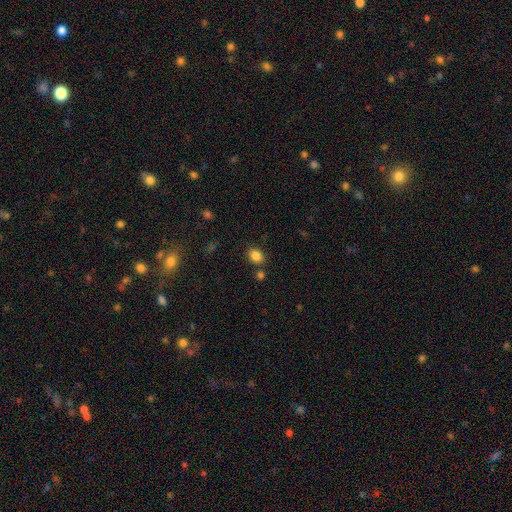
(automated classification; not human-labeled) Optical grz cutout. It shows a smooth galaxy with no disk features (84%) that is in between round and cigar-shaped (56%). Merging: none (78%).